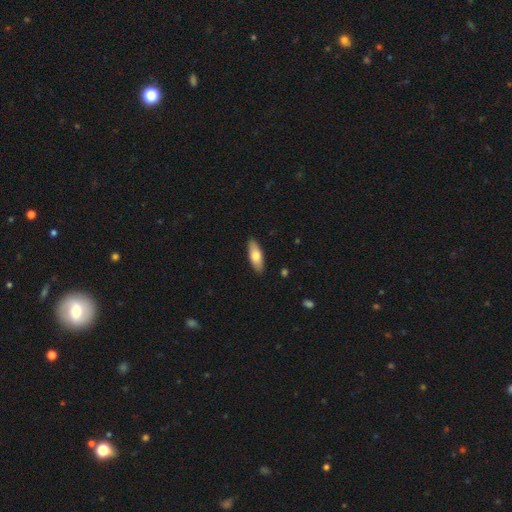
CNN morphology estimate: Smooth or featured?
  - smooth: 73% *
  - featured or disk: 22%
  - star or artifact: 6%
How rounded?
  - in between: 70% *
  - cigar-shaped: 28%
  - round: 2%
Merging?
  - none: 89% *
  - minor disturbance: 8%
  - major disturbance: 2%
  - merger: 1%